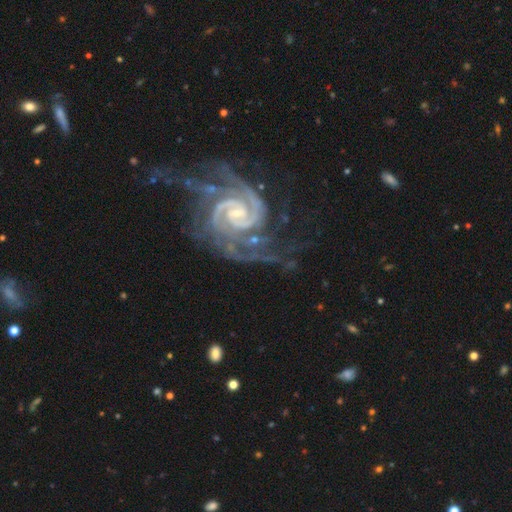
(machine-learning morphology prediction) A featured or disk galaxy (88%) with no bar (43%), 2 (40%) tight (45%) spiral arms (98%) and a small central bulge (53%). Merging: none (69%).